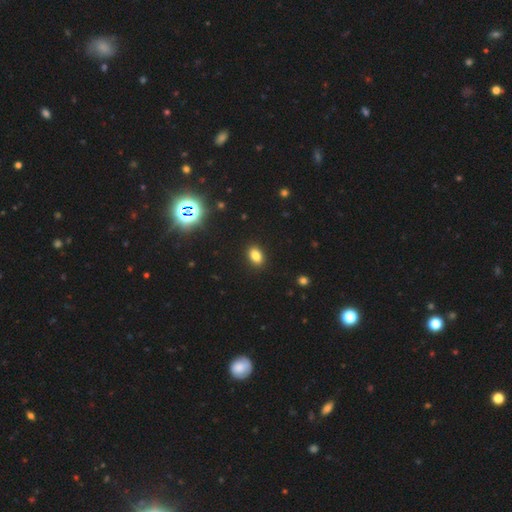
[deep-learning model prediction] Smooth or featured? Predicted: smooth (p=0.81). How rounded? Predicted: in between (p=0.82). Merging? Predicted: none (p=0.89).